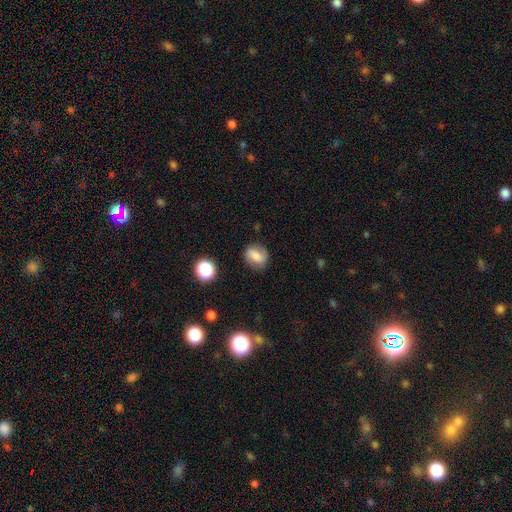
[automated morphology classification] Smooth or featured?
  - smooth: 65% *
  - featured or disk: 24%
  - star or artifact: 11%
How rounded?
  - in between: 50% *
  - round: 48%
  - cigar-shaped: 2%
Merging?
  - none: 75% *
  - minor disturbance: 18%
  - major disturbance: 6%
  - merger: 2%